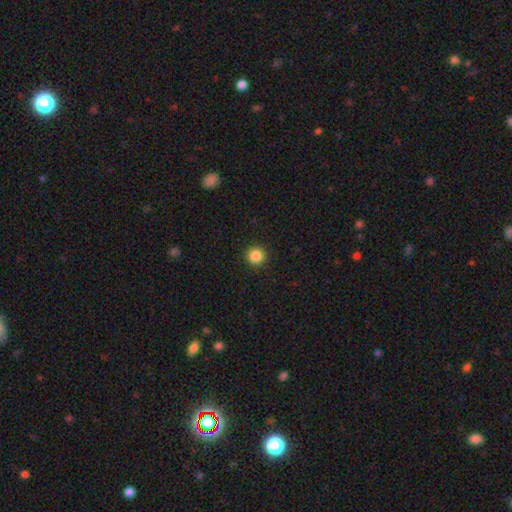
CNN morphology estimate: Q: Smooth or featured?
A: smooth (86%); runner-up: star or artifact (11%)
Q: How rounded?
A: round (95%); runner-up: in between (4%)
Q: Merging?
A: none (92%); runner-up: minor disturbance (5%)